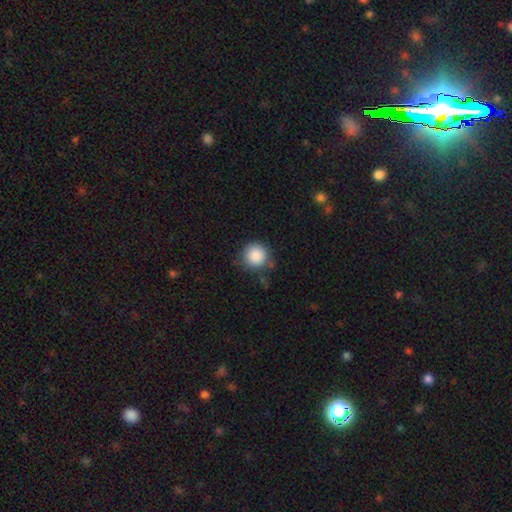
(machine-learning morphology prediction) Smooth or featured? smooth (88%)
How rounded? round (94%)
Merging? none (74%)